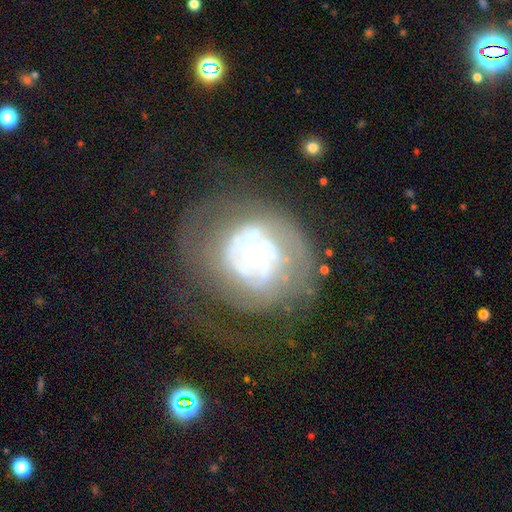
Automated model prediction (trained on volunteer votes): Smooth or featured? featured or disk (70%)
Edge-on disk? no (97%)
Bar? no (82%)
Spiral arms? yes (56%)
Bulge size? small (67%)
Merging? none (41%)